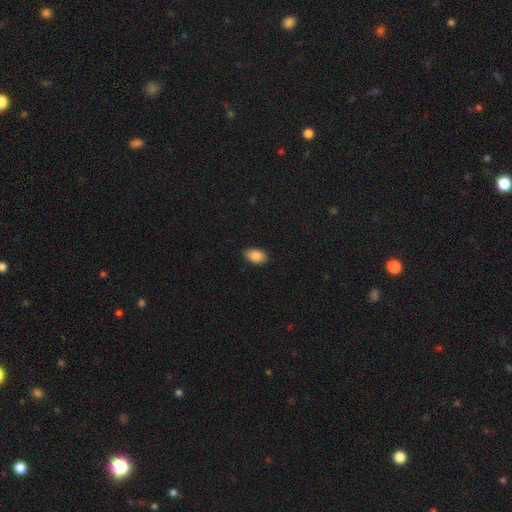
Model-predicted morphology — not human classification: Q: Smooth or featured?
A: smooth (87%); runner-up: star or artifact (8%)
Q: How rounded?
A: in between (90%); runner-up: round (9%)
Q: Merging?
A: none (89%); runner-up: minor disturbance (8%)